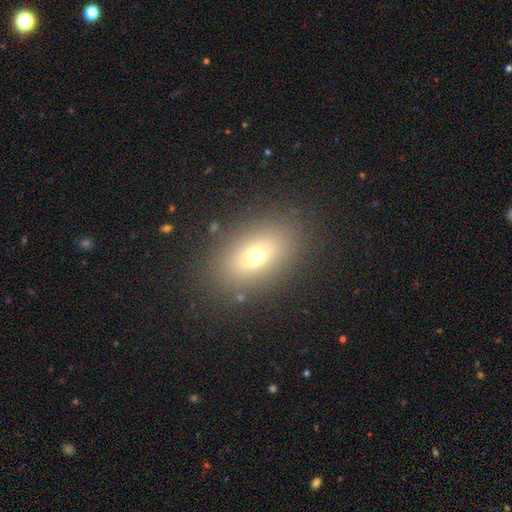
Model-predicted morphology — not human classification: Smooth or featured? Predicted: smooth (p=0.66). How rounded? Predicted: in between (p=0.81). Merging? Predicted: none (p=0.84).